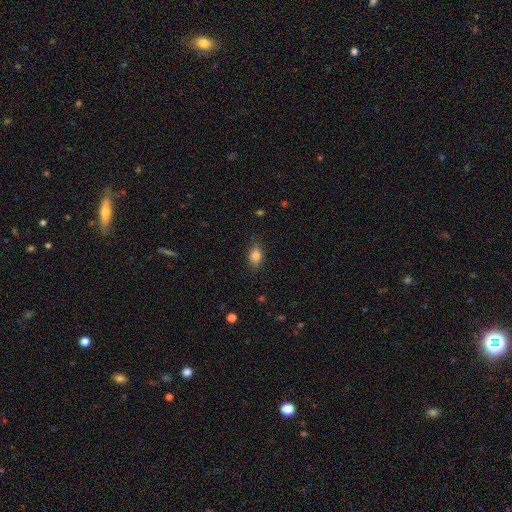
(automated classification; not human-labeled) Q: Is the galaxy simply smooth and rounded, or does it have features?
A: smooth — 79%.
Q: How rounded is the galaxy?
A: in between — 81%.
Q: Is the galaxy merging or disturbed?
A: none — 81%.